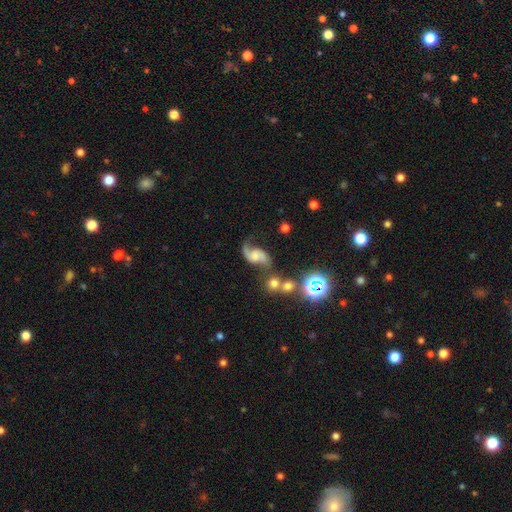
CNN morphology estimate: Q: Smooth or featured?
A: featured or disk (81%); runner-up: smooth (11%)
Q: Edge-on disk?
A: no (97%); runner-up: yes (3%)
Q: Bar?
A: no (59%); runner-up: weak (33%)
Q: Spiral arms?
A: yes (95%); runner-up: no (5%)
Q: Spiral winding?
A: loose (78%); runner-up: medium (18%)
Q: Spiral arm count?
A: 2 (88%); runner-up: 1 (7%)
Q: Bulge size?
A: moderate (33%); runner-up: small (26%)
Q: Merging?
A: none (53%); runner-up: minor disturbance (19%)